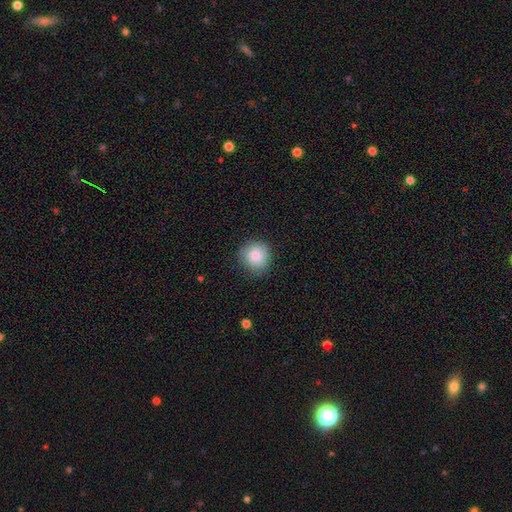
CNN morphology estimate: A smooth galaxy with no disk features (84%) that is round (91%).

Vote fractions:
- Smooth or featured? smooth: 84% / star or artifact: 9% / featured or disk: 7%
- How rounded? round: 91% / in between: 8% / cigar-shaped: 1%
- Merging? none: 83% / minor disturbance: 13% / major disturbance: 3% / merger: 1%